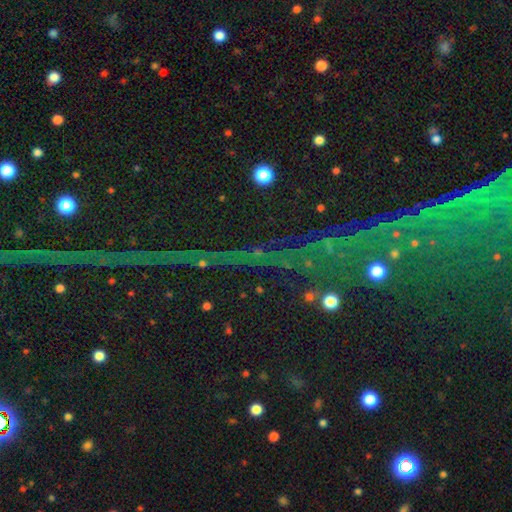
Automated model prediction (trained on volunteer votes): The model was most divided on "smooth or featured": star or artifact: 82%, featured or disk: 10%, smooth: 8%.